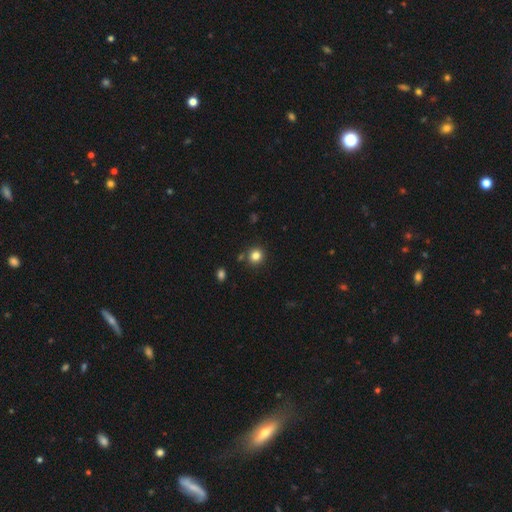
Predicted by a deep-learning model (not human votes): A smooth galaxy with no disk features (82%) that is round (90%).

Vote fractions:
- Smooth or featured? smooth: 82% / star or artifact: 12% / featured or disk: 5%
- How rounded? round: 90% / in between: 10% / cigar-shaped: 1%
- Merging? none: 84% / minor disturbance: 8% / merger: 6% / major disturbance: 2%